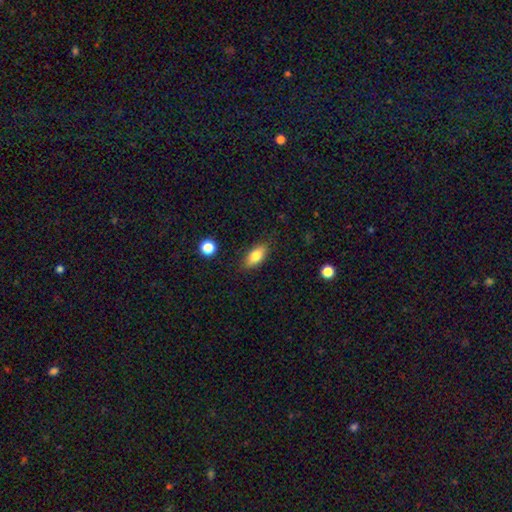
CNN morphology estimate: Smooth or featured? smooth (80%)
How rounded? in between (86%)
Merging? none (85%)